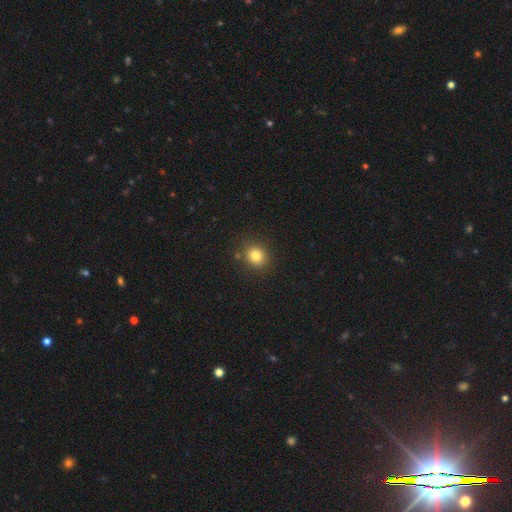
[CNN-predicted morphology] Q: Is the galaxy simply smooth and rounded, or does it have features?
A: smooth — 80%.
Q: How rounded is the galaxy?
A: round — 78%.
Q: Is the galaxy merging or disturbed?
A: none — 86%.